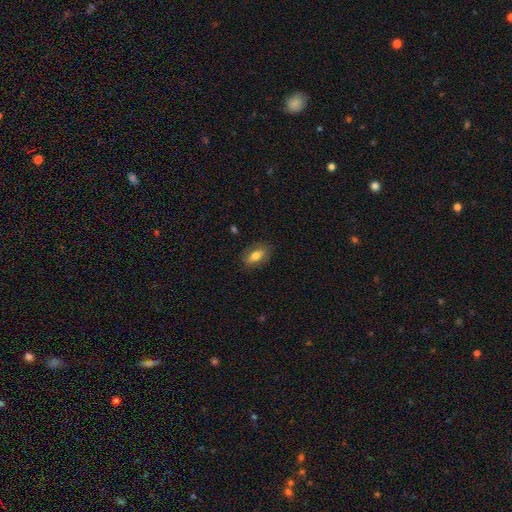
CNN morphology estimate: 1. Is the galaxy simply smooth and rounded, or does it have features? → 72% smooth, 20% featured or disk, 8% star or artifact.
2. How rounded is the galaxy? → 87% in between, 8% round, 6% cigar-shaped.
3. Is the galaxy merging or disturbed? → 81% none, 14% minor disturbance, 4% major disturbance, 1% merger.